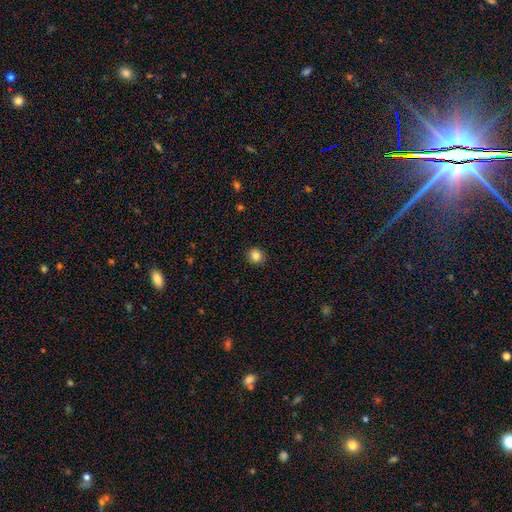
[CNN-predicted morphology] A smooth galaxy with no disk features (84%) that is round (88%).

Vote fractions:
- Smooth or featured? smooth: 84% / star or artifact: 11% / featured or disk: 6%
- How rounded? round: 88% / in between: 11% / cigar-shaped: 1%
- Merging? none: 91% / minor disturbance: 6% / major disturbance: 2% / merger: 1%